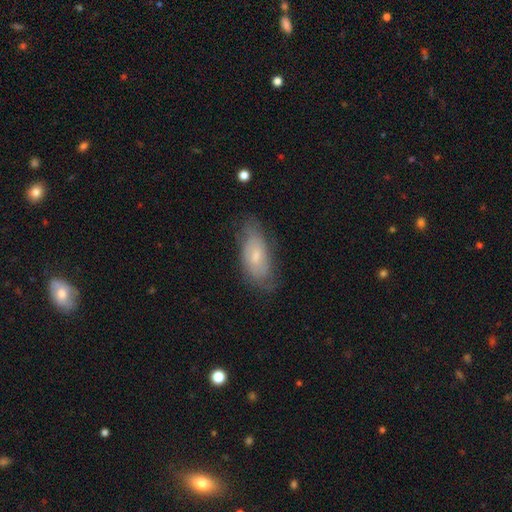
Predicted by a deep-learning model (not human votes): The model was most divided on "smooth or featured": smooth: 50%, featured or disk: 43%, star or artifact: 8%. More confident: merging — none (65%).